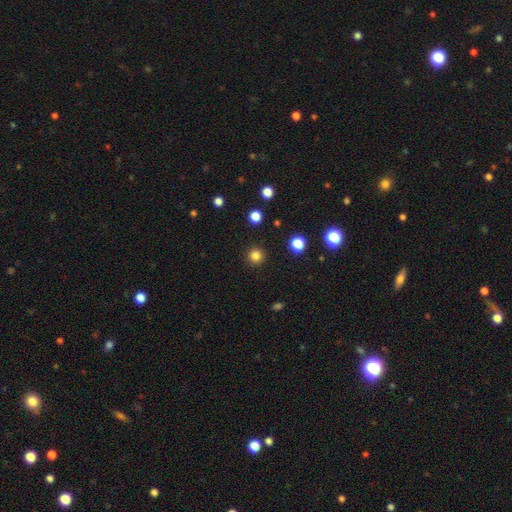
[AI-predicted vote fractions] Q: Smooth or featured?
A: smooth (82%); runner-up: star or artifact (14%)
Q: How rounded?
A: round (95%); runner-up: in between (4%)
Q: Merging?
A: none (92%); runner-up: minor disturbance (5%)